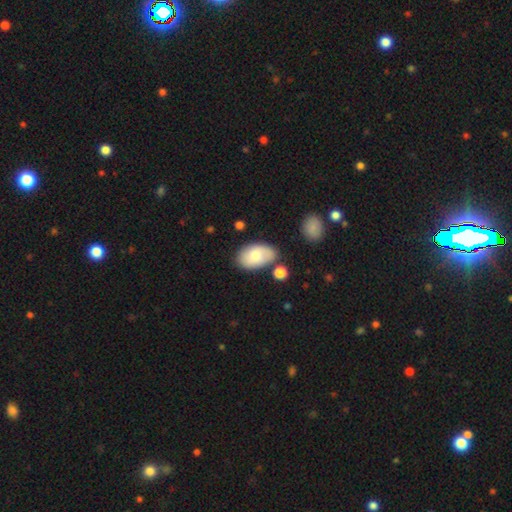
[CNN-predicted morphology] type=smooth (74%); roundness=in between (93%); merging=none (67%).